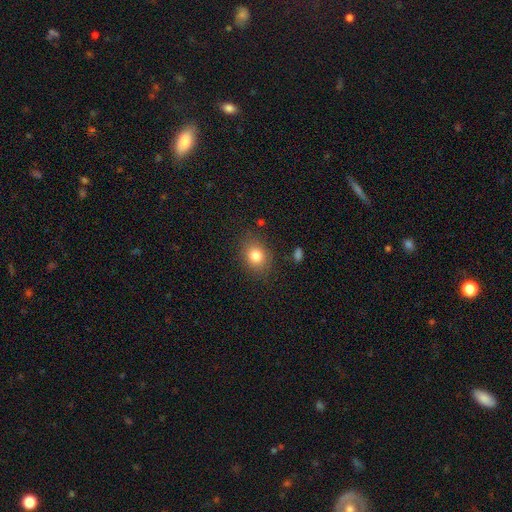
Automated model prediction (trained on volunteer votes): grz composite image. It shows a smooth galaxy with no disk features (81%) that is round (53%). Merging: none (83%).